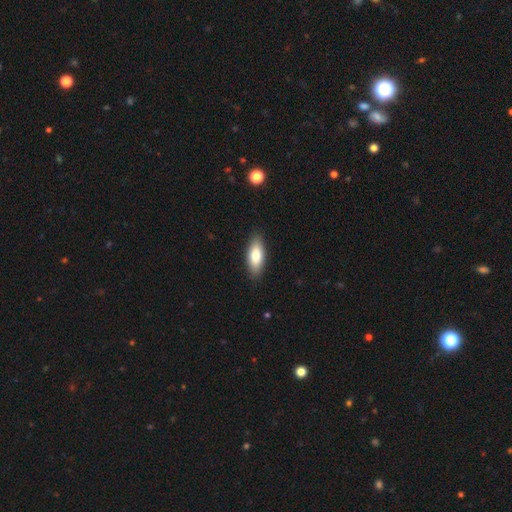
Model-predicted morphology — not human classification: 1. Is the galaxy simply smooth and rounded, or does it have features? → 78% smooth, 16% featured or disk, 6% star or artifact.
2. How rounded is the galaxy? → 76% in between, 22% cigar-shaped, 2% round.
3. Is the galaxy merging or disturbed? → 88% none, 9% minor disturbance, 2% major disturbance, 1% merger.